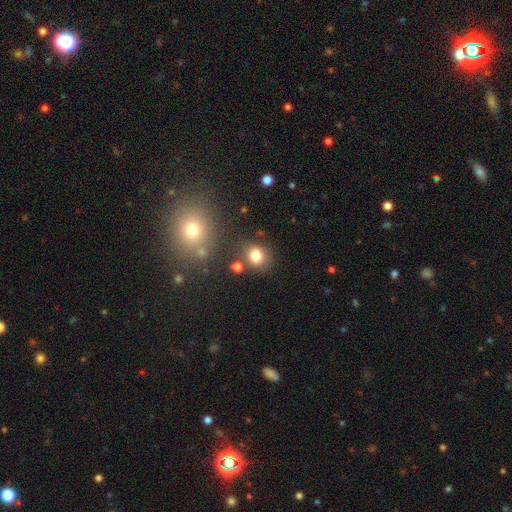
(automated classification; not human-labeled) Q: Smooth or featured?
A: smooth (81%); runner-up: star or artifact (13%)
Q: How rounded?
A: round (68%); runner-up: in between (31%)
Q: Merging?
A: none (71%); runner-up: minor disturbance (13%)